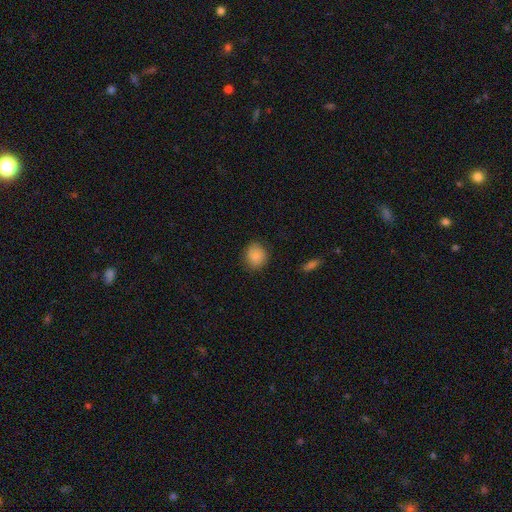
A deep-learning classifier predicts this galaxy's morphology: A smooth galaxy with no disk features (87%) that is round (79%).

Vote fractions:
- Smooth or featured? smooth: 87% / star or artifact: 8% / featured or disk: 4%
- How rounded? round: 79% / in between: 20% / cigar-shaped: 1%
- Merging? none: 83% / minor disturbance: 12% / major disturbance: 3% / merger: 1%